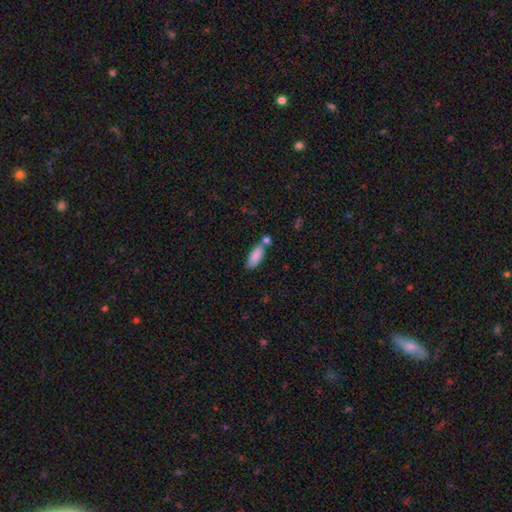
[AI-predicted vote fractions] smooth-or-featured: smooth: 87% | star or artifact: 7% | featured or disk: 6%
  how-rounded: in between: 79% | cigar-shaped: 19% | round: 2%
  merging: none: 57% | merger: 23% | minor disturbance: 15% | major disturbance: 4%